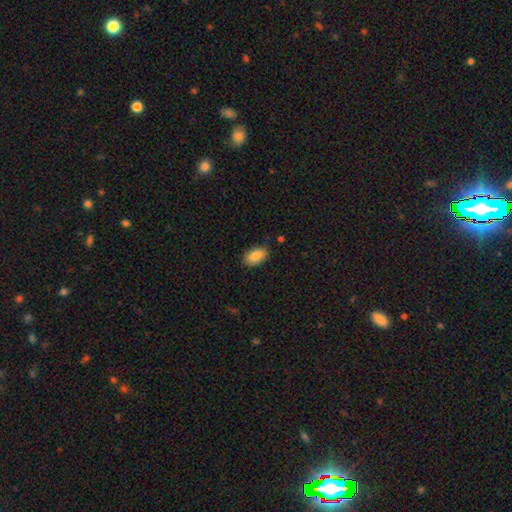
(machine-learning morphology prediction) Overall: smooth (85%). How rounded: in between (93%). Merging: none (84%).